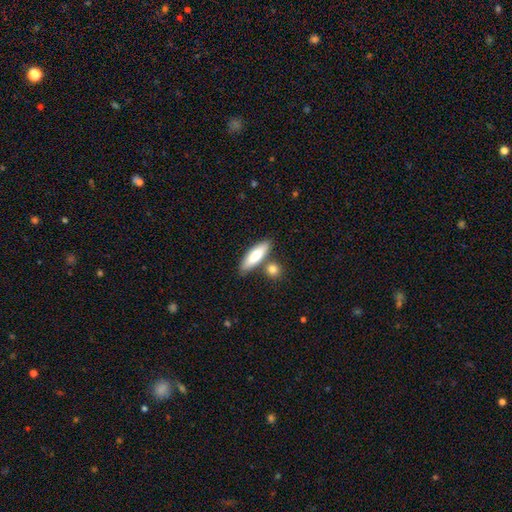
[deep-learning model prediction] Smooth or featured?
  - smooth: 78% *
  - featured or disk: 17%
  - star or artifact: 5%
How rounded?
  - in between: 50% *
  - cigar-shaped: 48%
  - round: 2%
Merging?
  - none: 71% *
  - merger: 15%
  - minor disturbance: 11%
  - major disturbance: 3%